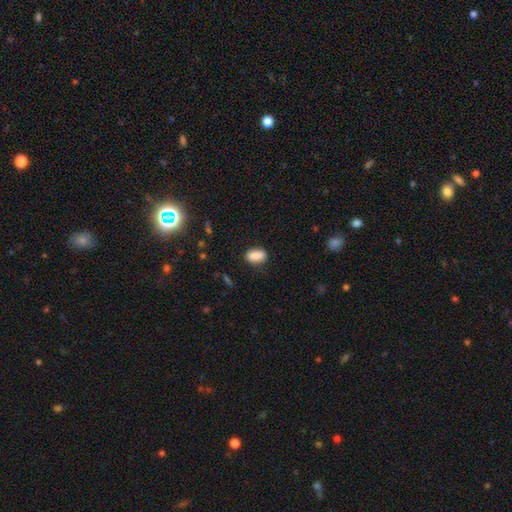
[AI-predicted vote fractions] Smooth or featured: smooth — 86% (star or artifact — 8%)
How rounded: in between — 87% (round — 9%)
Merging: none — 79% (minor disturbance — 16%)